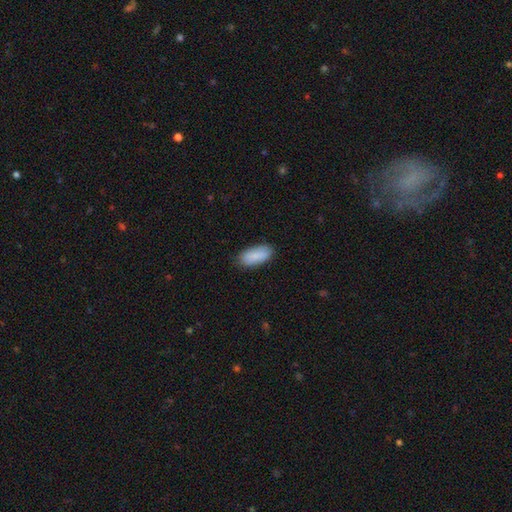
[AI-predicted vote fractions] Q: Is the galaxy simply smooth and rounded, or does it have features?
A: smooth — 87%.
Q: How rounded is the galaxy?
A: in between — 88%.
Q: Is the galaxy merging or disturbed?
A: none — 85%.